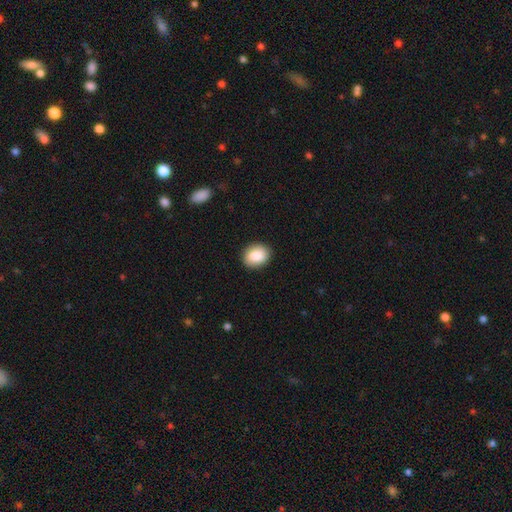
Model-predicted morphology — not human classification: Smooth or featured? smooth (87%)
How rounded? in between (51%)
Merging? none (89%)